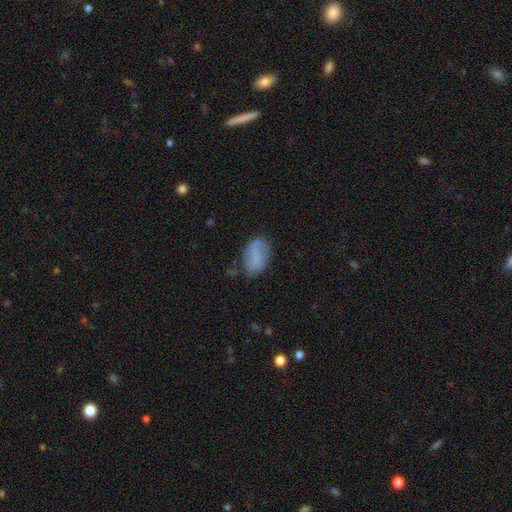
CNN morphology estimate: The model was most divided on "merging": none: 61%, minor disturbance: 26%, major disturbance: 9%, merger: 4%. More confident: how rounded — in between (88%); smooth or featured — smooth (71%).